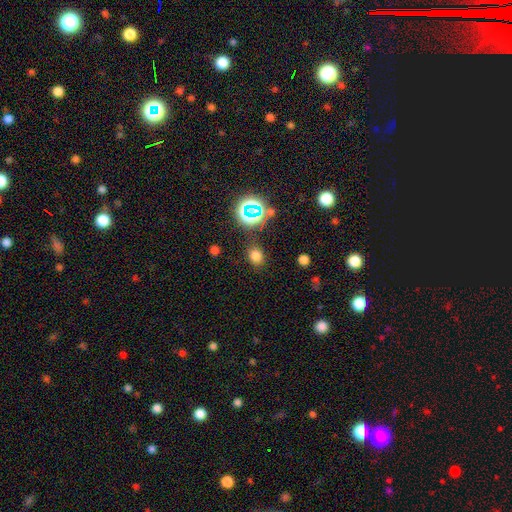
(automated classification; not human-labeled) Q: Smooth or featured?
A: smooth (71%); runner-up: star or artifact (23%)
Q: How rounded?
A: round (64%); runner-up: in between (35%)
Q: Merging?
A: none (81%); runner-up: minor disturbance (12%)